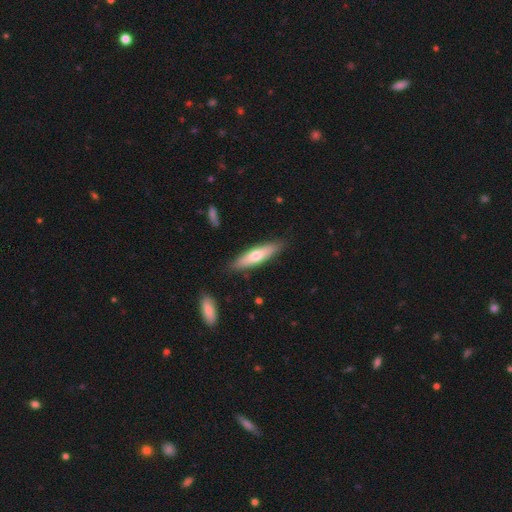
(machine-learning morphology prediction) Smooth or featured: smooth — 58% (featured or disk — 36%)
How rounded: cigar-shaped — 72% (in between — 27%)
Merging: none — 86% (minor disturbance — 10%)